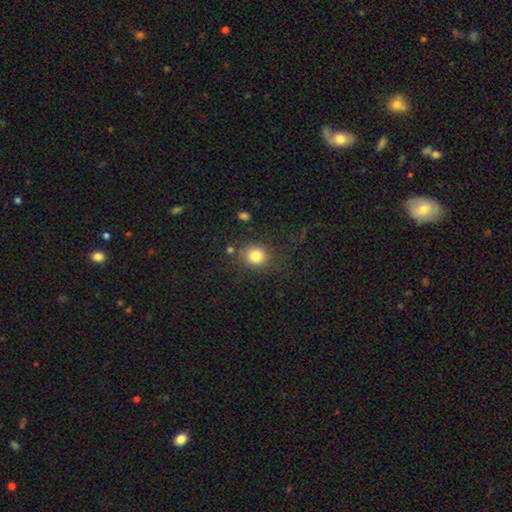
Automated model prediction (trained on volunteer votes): Smooth or featured?
  - smooth: 82% *
  - star or artifact: 11%
  - featured or disk: 7%
How rounded?
  - round: 80% *
  - in between: 19%
  - cigar-shaped: 1%
Merging?
  - none: 78% *
  - minor disturbance: 12%
  - major disturbance: 5%
  - merger: 4%